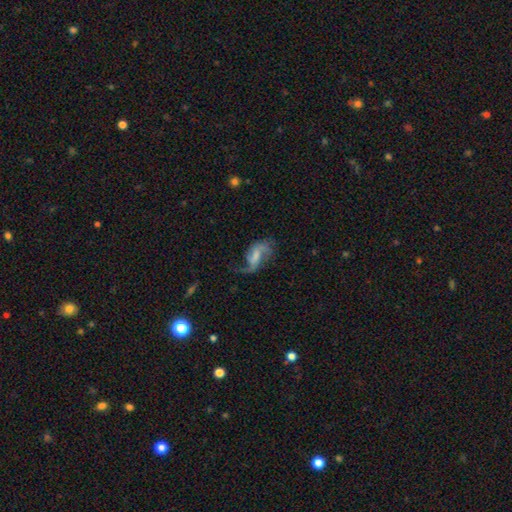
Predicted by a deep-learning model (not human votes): Smooth or featured: featured or disk — 70% (smooth — 22%)
Edge-on disk: no — 96% (yes — 4%)
Bar: weak — 51% (no — 29%)
Spiral arms: yes — 87% (no — 13%)
Spiral winding: loose — 71% (medium — 23%)
Spiral arm count: 2 — 69% (1 — 19%)
Bulge size: small — 32% (moderate — 31%)
Merging: none — 38% (major disturbance — 36%)